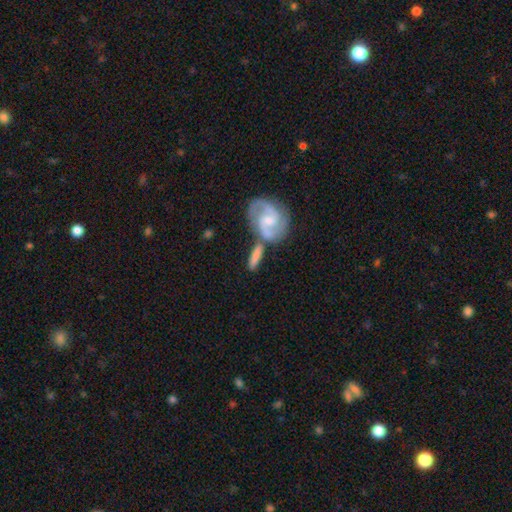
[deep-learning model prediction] A featured or disk galaxy (49%). Merging: none (46%).